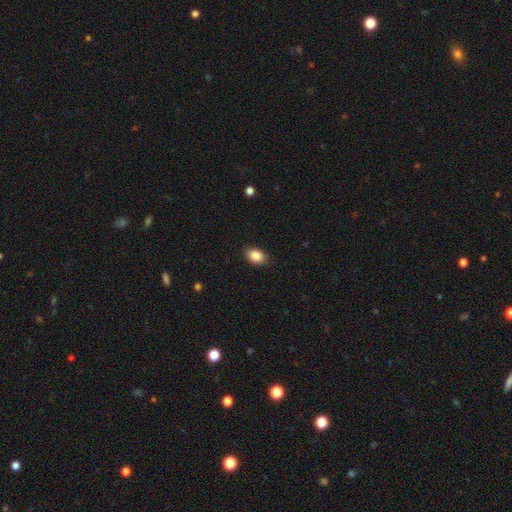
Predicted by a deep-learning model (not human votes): This is clearly a smooth galaxy (86%). How rounded: clearly in between (83%). Merging: clearly none (88%).